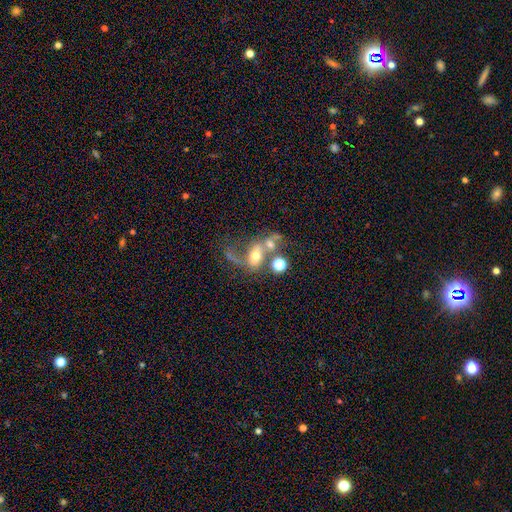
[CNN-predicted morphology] The model was most divided on "smooth or featured": featured or disk: 49%, smooth: 34%, star or artifact: 17%. Remaining: merging — merger (45%).